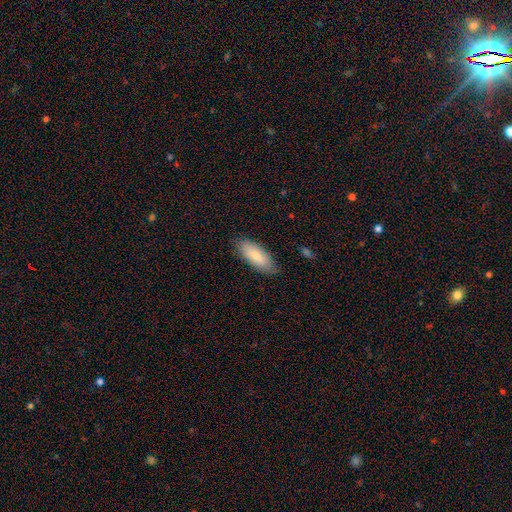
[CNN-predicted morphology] smooth_or_featured: smooth (p=0.78) [alt: featured or disk p=0.16]
how_rounded: in between (p=0.81) [alt: cigar-shaped p=0.17]
merging: none (p=0.83) [alt: minor disturbance p=0.13]